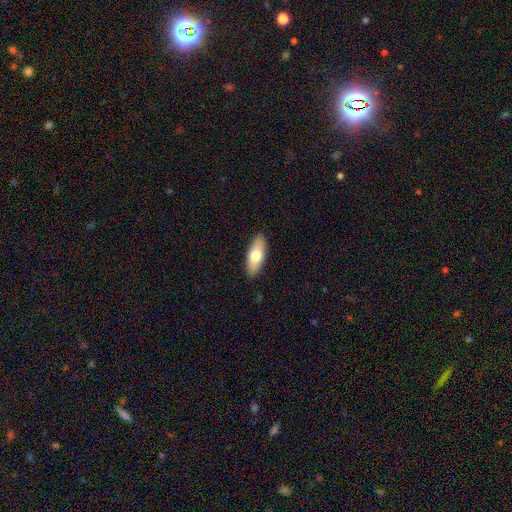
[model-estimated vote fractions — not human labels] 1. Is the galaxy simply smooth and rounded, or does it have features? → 73% smooth, 21% featured or disk, 6% star or artifact.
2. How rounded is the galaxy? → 80% in between, 18% cigar-shaped, 2% round.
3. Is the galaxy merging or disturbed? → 90% none, 8% minor disturbance, 2% major disturbance, 1% merger.